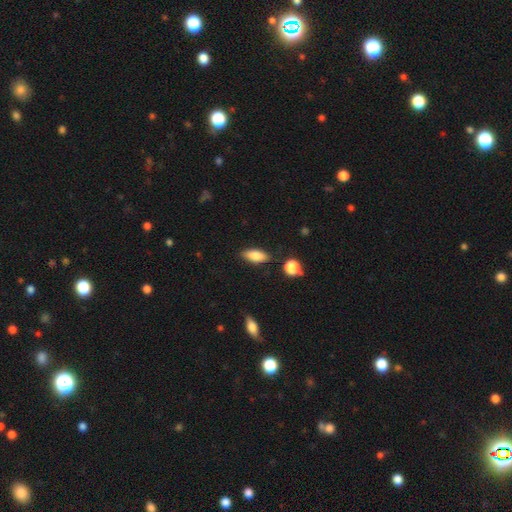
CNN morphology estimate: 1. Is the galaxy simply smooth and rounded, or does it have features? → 82% smooth, 11% featured or disk, 7% star or artifact.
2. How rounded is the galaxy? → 81% in between, 16% cigar-shaped, 3% round.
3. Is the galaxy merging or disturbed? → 84% none, 11% minor disturbance, 3% major disturbance, 2% merger.